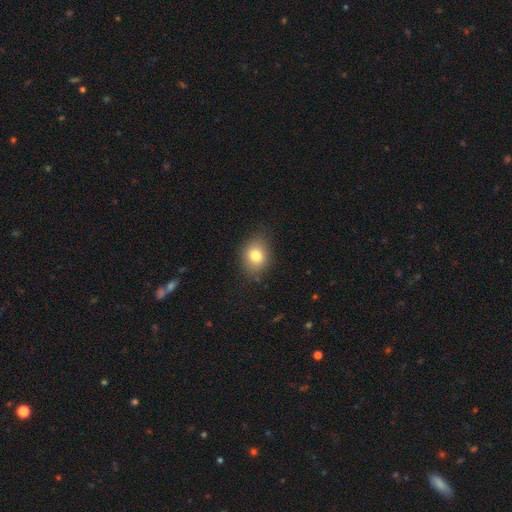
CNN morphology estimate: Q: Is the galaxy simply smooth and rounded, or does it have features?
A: smooth — 79%.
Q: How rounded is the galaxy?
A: in between — 57%.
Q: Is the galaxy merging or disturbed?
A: none — 82%.